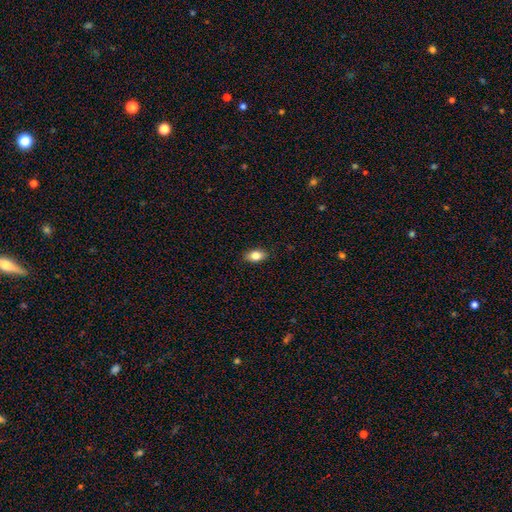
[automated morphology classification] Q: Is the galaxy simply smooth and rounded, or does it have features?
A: smooth — 83%.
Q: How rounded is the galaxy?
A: in between — 89%.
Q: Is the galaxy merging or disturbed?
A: none — 89%.